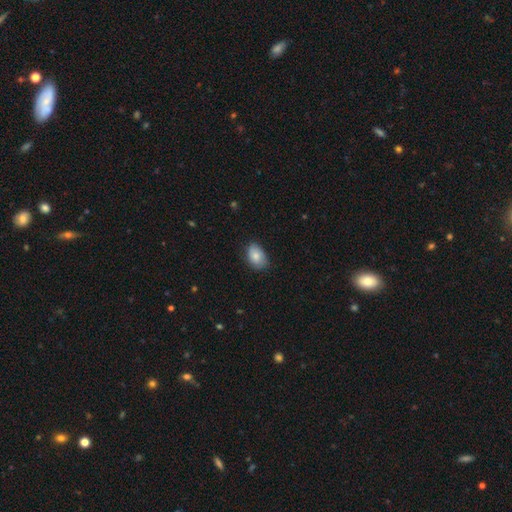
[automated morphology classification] A smooth galaxy with no disk features (79%) that is in between round and cigar-shaped (85%). Merging: none (71%).